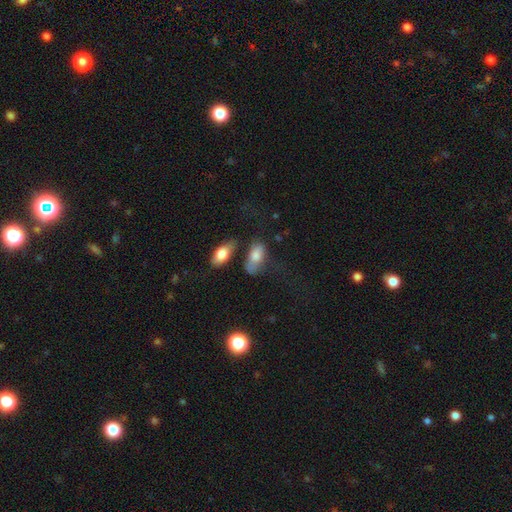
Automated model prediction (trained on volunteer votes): This is likely a smooth galaxy (74%). How rounded: clearly in between (90%). Merging: marginally none (31%).